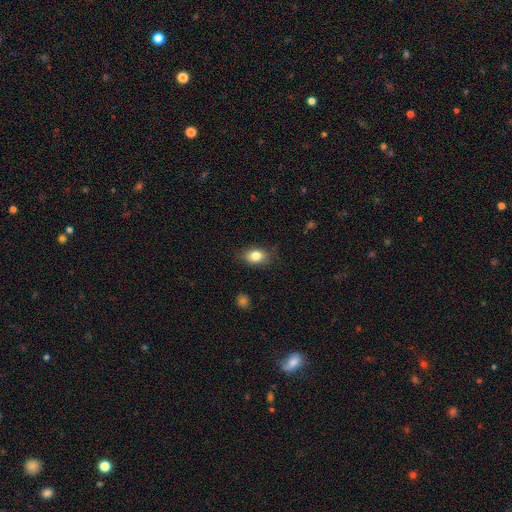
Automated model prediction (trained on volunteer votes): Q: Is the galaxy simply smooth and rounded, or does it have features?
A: smooth — 82%.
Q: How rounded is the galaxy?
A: in between — 80%.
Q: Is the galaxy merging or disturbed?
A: none — 80%.